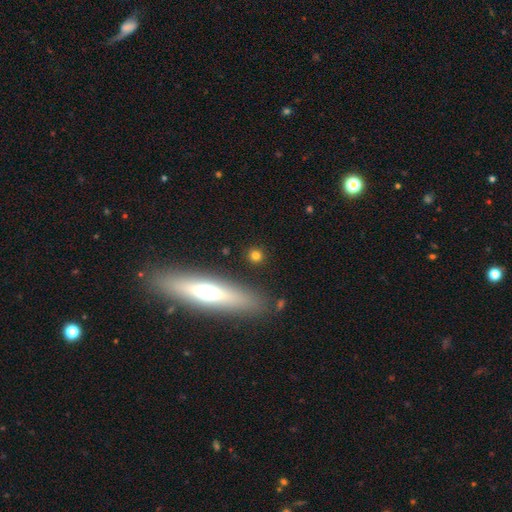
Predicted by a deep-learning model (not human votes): Smooth or featured? smooth (74%)
How rounded? round (79%)
Merging? none (86%)